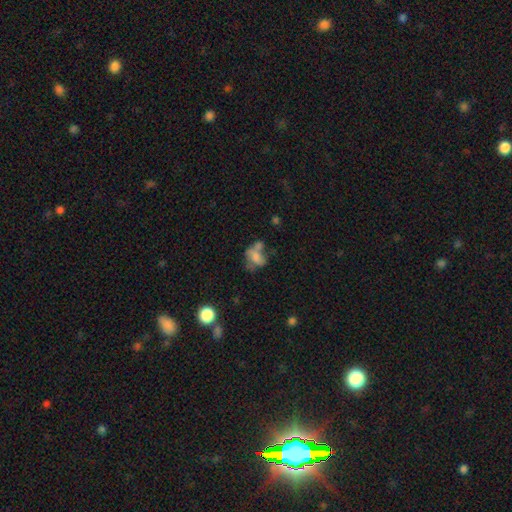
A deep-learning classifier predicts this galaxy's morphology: A smooth galaxy with no disk features (57%) that is in between round and cigar-shaped (73%).

Vote fractions:
- Smooth or featured? smooth: 57% / featured or disk: 30% / star or artifact: 13%
- How rounded? in between: 73% / round: 25% / cigar-shaped: 2%
- Merging? merger: 33% / none: 25% / major disturbance: 24% / minor disturbance: 19%